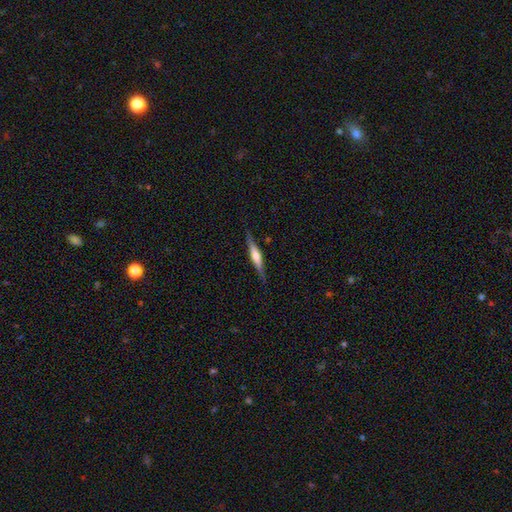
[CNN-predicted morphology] This appears to be a featured or disk galaxy (62%) viewed edge-on (97%) with a rounded central bulge (71%). Merging: none (87%).